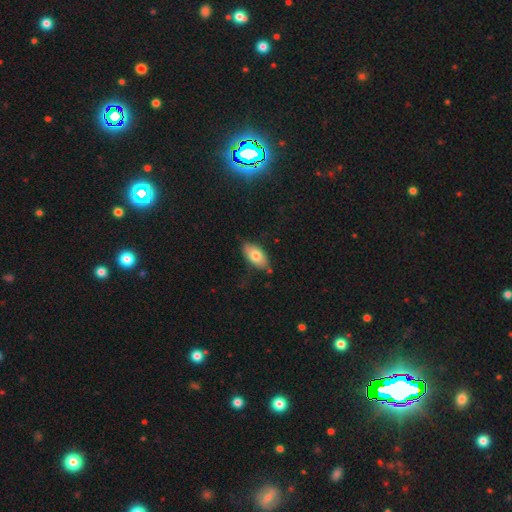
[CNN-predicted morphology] This is likely a smooth galaxy (76%). How rounded: clearly in between (92%). Merging: likely none (75%).